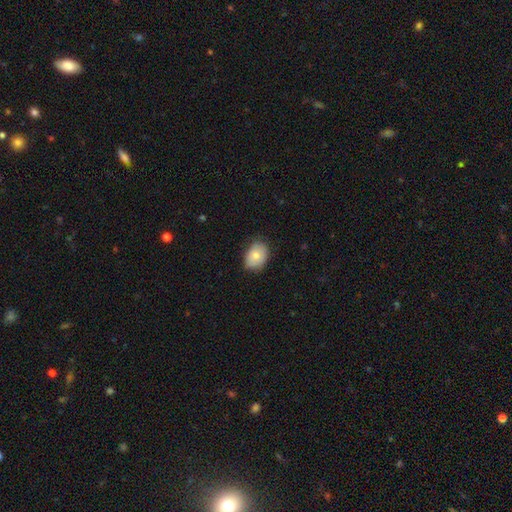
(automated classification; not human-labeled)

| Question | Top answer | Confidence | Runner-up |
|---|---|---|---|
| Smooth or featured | smooth | 78% | featured or disk (14%) |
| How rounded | in between | 71% | round (28%) |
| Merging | none | 78% | minor disturbance (18%) |